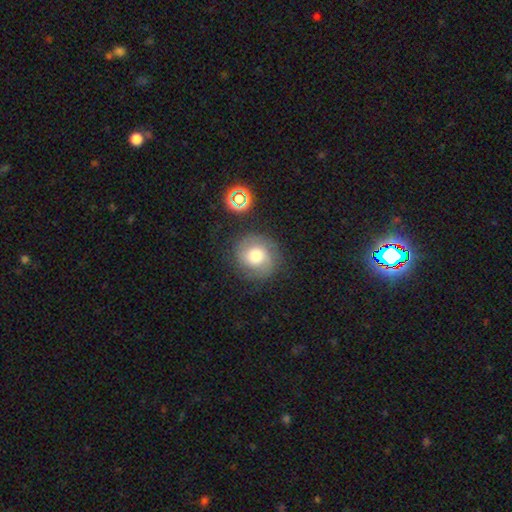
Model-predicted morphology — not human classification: smooth-or-featured: featured or disk: 50% | smooth: 39% | star or artifact: 11%
  merging: none: 77% | minor disturbance: 14% | major disturbance: 7% | merger: 2%